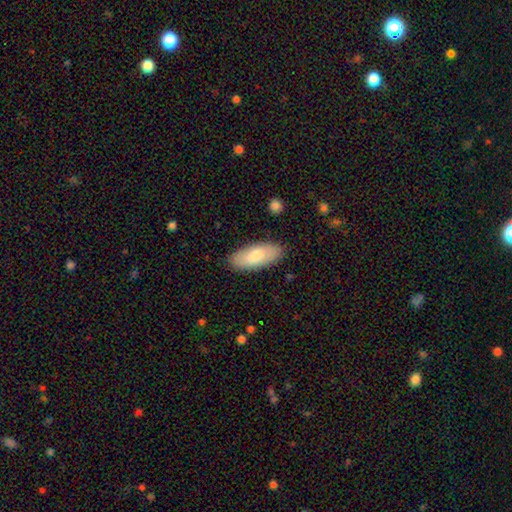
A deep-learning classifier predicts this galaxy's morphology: smooth 80%, featured or disk 15%, star or artifact 5%. Down the decision tree: how rounded — in between (85%); merging — none (87%).